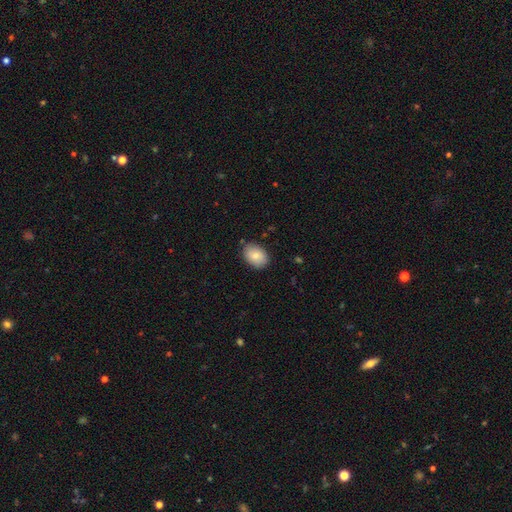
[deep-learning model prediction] Smooth or featured? Predicted: smooth (p=0.77). How rounded? Predicted: in between (p=0.77). Merging? Predicted: none (p=0.81).